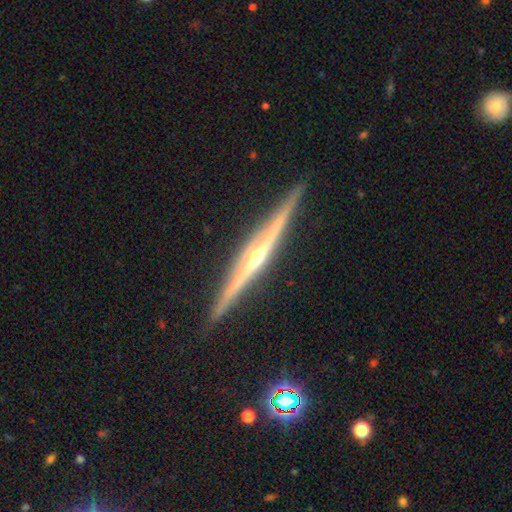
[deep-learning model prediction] Smooth or featured?
  - featured or disk: 87% *
  - smooth: 8%
  - star or artifact: 5%
Edge-on disk?
  - yes: 99% *
  - no: 1%
Edge-on bulge?
  - rounded: 87% *
  - none: 9%
  - boxy: 4%
Merging?
  - none: 91% *
  - minor disturbance: 6%
  - major disturbance: 1%
  - merger: 1%